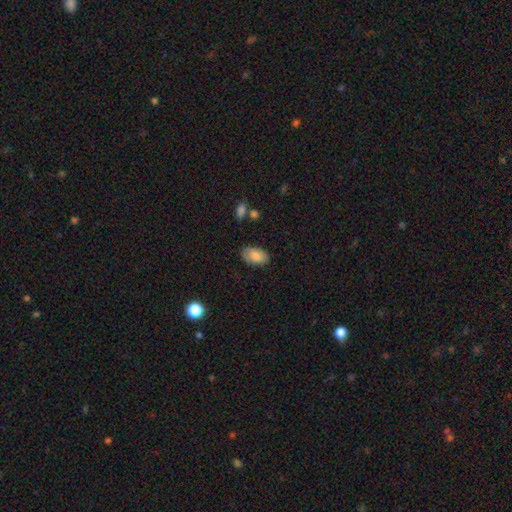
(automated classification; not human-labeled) Smooth or featured? Predicted: smooth (p=0.84). How rounded? Predicted: in between (p=0.94). Merging? Predicted: none (p=0.81).